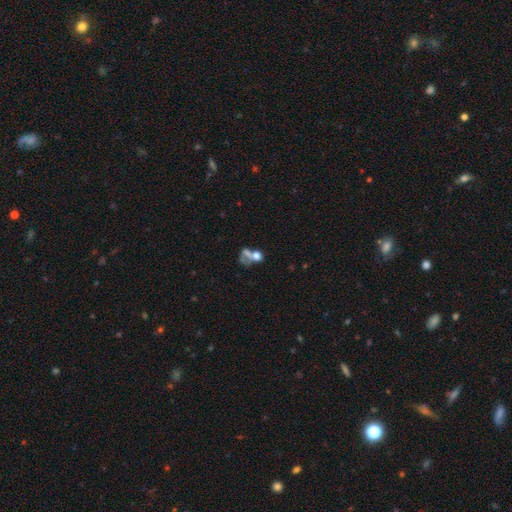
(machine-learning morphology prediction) smooth 50%, featured or disk 33%, star or artifact 17%. Down the decision tree: merging — merger (51%).